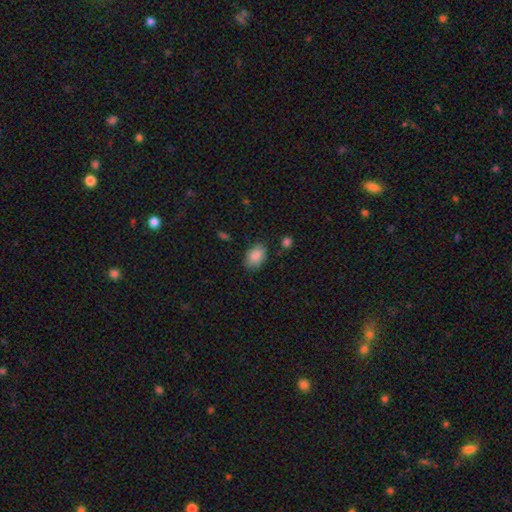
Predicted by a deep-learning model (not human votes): Smooth or featured?
  - smooth: 88% *
  - star or artifact: 7%
  - featured or disk: 5%
How rounded?
  - in between: 84% *
  - round: 15%
  - cigar-shaped: 1%
Merging?
  - none: 79% *
  - minor disturbance: 15%
  - major disturbance: 4%
  - merger: 2%